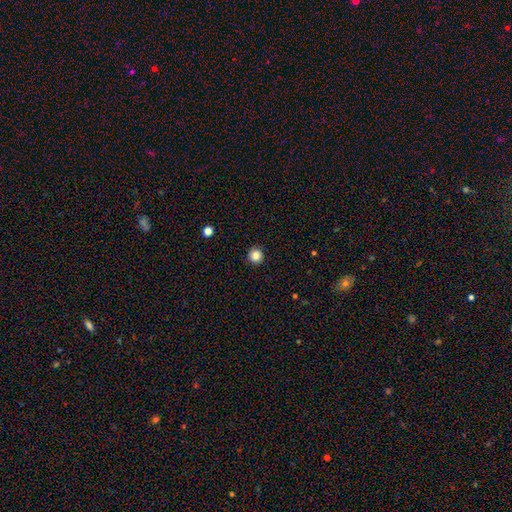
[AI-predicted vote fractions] This is clearly a smooth galaxy (84%). How rounded: clearly round (95%). Merging: clearly none (93%).